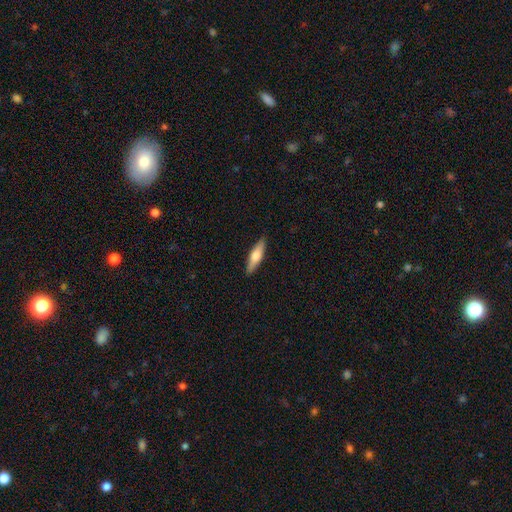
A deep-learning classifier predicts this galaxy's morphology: Smooth or featured? smooth (59%)
How rounded? cigar-shaped (66%)
Merging? none (89%)